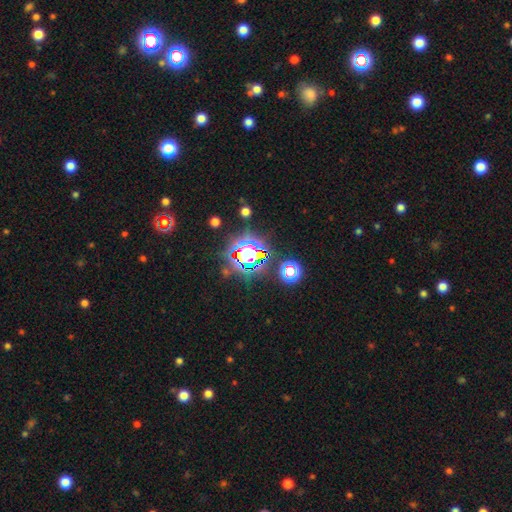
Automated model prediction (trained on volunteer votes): Smooth or featured: star or artifact — 70% (smooth — 19%)